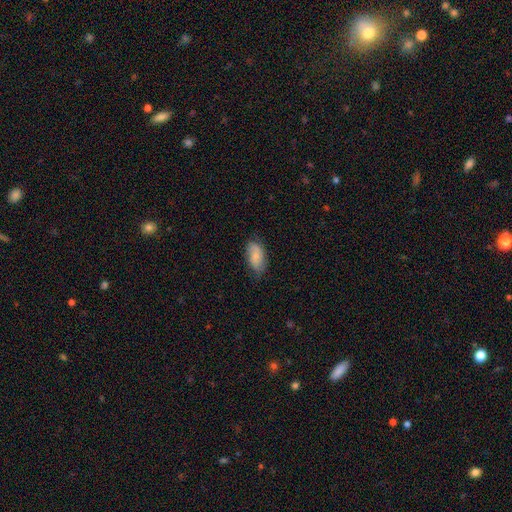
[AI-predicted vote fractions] smooth 69%, featured or disk 24%, star or artifact 7%. Down the decision tree: how rounded — in between (92%); merging — none (67%).